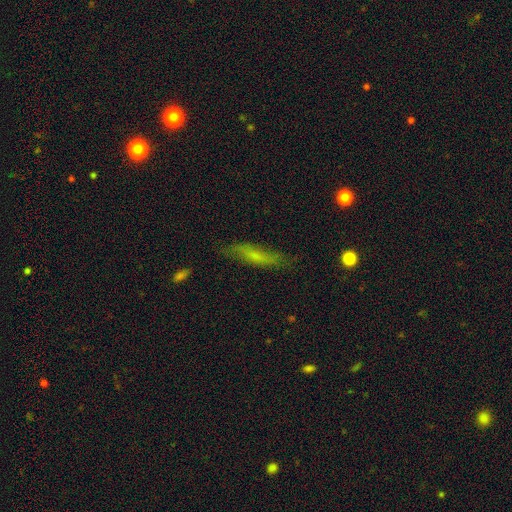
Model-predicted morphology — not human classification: The model was most divided on "smooth or featured": smooth: 54%, featured or disk: 37%, star or artifact: 10%. More confident: how rounded — cigar-shaped (73%); merging — none (71%).